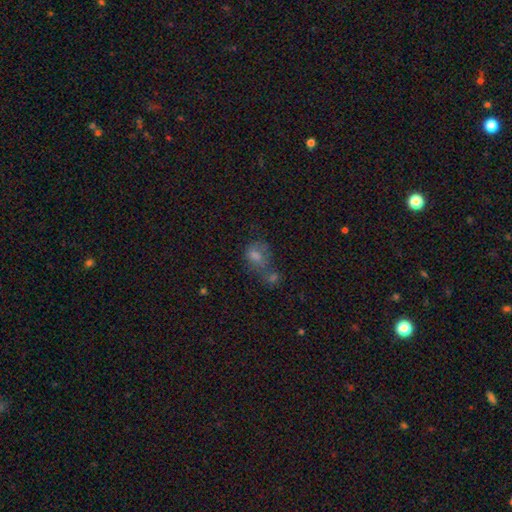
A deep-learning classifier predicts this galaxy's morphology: A smooth galaxy with no disk features (58%) that is in between round and cigar-shaped (55%).

Vote fractions:
- Smooth or featured? smooth: 58% / star or artifact: 21% / featured or disk: 21%
- How rounded? in between: 55% / round: 43% / cigar-shaped: 2%
- Merging? merger: 42% / none: 31% / minor disturbance: 15% / major disturbance: 13%